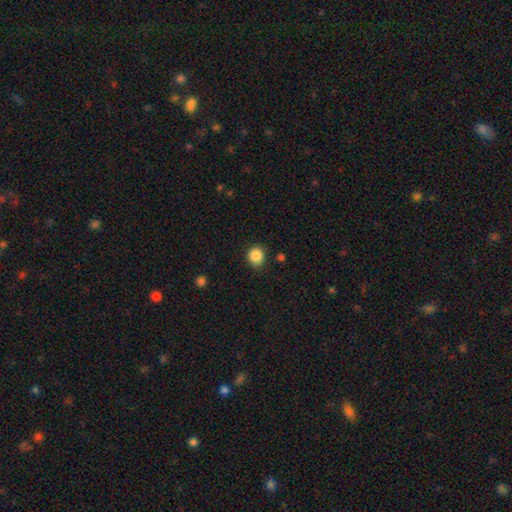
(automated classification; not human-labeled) Smooth or featured: smooth — 86% (star or artifact — 10%)
How rounded: round — 79% (in between — 20%)
Merging: none — 84% (minor disturbance — 12%)